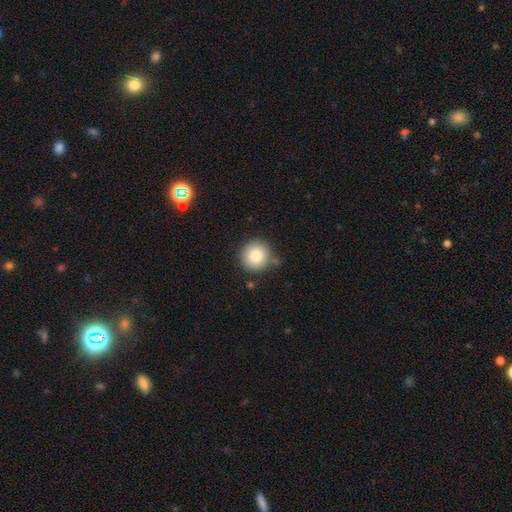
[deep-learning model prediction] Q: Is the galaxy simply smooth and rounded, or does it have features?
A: smooth — 84%.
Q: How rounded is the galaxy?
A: round — 94%.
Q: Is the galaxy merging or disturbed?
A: none — 81%.